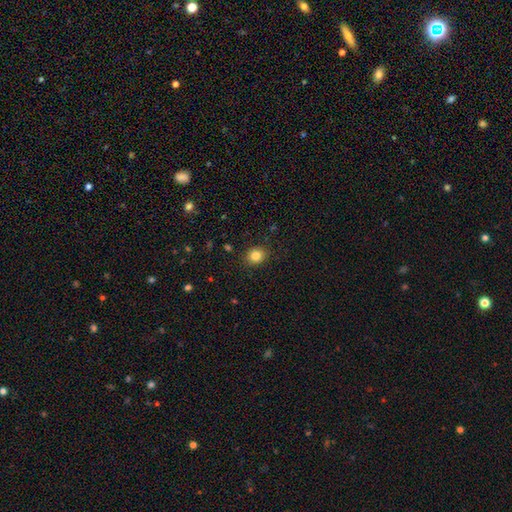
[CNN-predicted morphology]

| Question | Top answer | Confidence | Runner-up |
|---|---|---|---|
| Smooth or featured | smooth | 84% | star or artifact (11%) |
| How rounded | round | 71% | in between (29%) |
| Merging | none | 87% | minor disturbance (9%) |